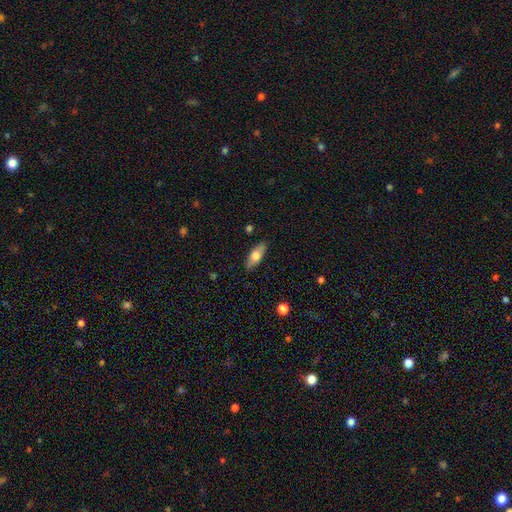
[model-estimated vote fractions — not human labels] smooth 66%, featured or disk 28%, star or artifact 6%. Down the decision tree: how rounded — in between (74%); merging — none (87%).